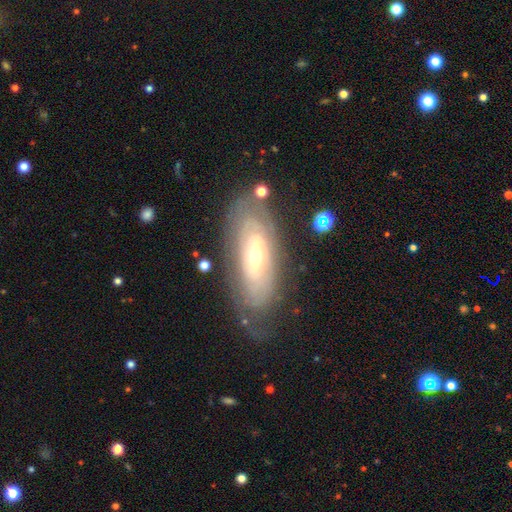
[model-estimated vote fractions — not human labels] A featured or disk galaxy (71%) with no bar (70%), spiral arms (67%) and a small central bulge (52%). Merging: none (73%).